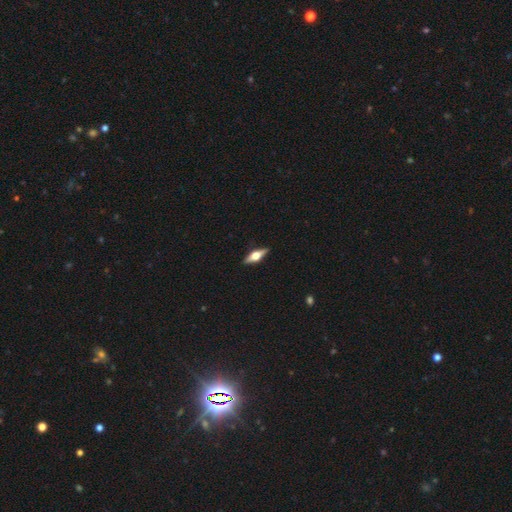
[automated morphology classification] smooth-or-featured: featured or disk: 65% | smooth: 29% | star or artifact: 6%
  disk-edge-on: yes: 96% | no: 4%
    edge-on-bulge: rounded: 94% | boxy: 5% | none: 1%
  merging: none: 90% | minor disturbance: 8% | major disturbance: 2% | merger: 1%